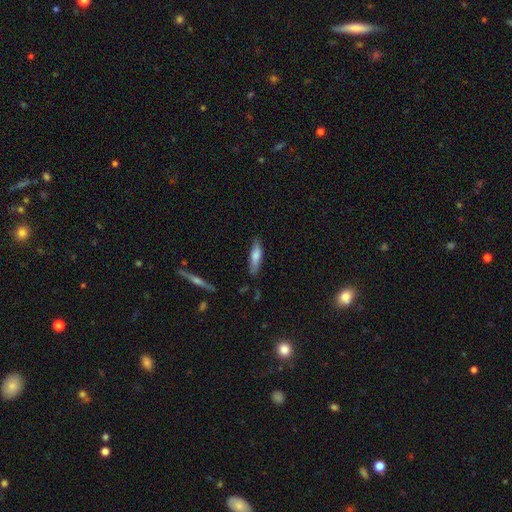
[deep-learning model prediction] This is likely a smooth galaxy (71%). How rounded: likely cigar-shaped (64%). Merging: likely none (77%).